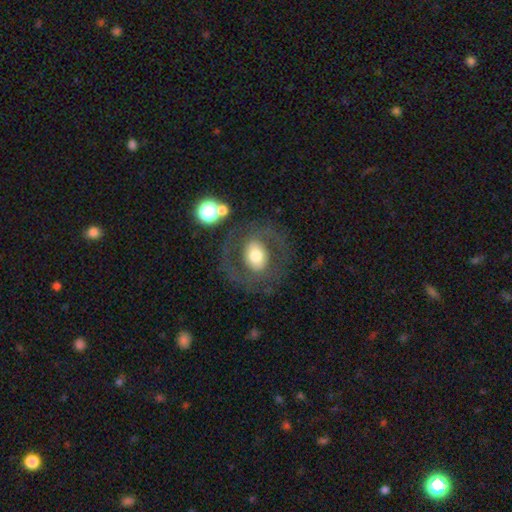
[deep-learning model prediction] Overall: featured or disk (48%; smooth 43%). Merging: none (72%).